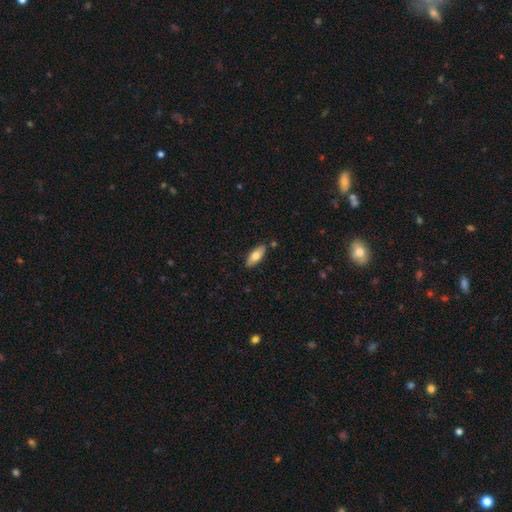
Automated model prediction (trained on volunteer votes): A smooth galaxy with no disk features (69%) that is in between round and cigar-shaped (78%). Merging: none (86%).